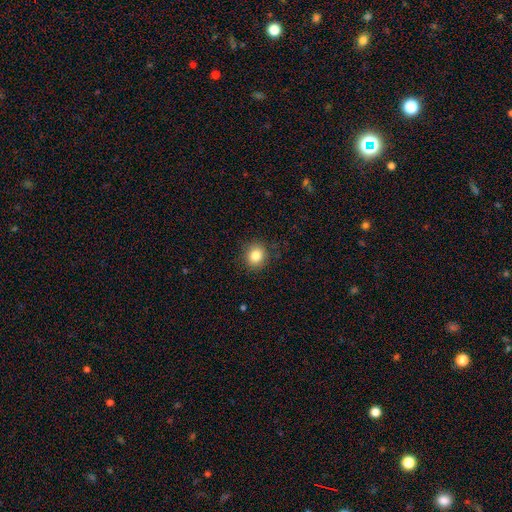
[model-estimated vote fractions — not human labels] A smooth galaxy with no disk features (84%) that is round (82%).

Vote fractions:
- Smooth or featured? smooth: 84% / star or artifact: 10% / featured or disk: 6%
- How rounded? round: 82% / in between: 17% / cigar-shaped: 1%
- Merging? none: 88% / minor disturbance: 9% / major disturbance: 3% / merger: 1%